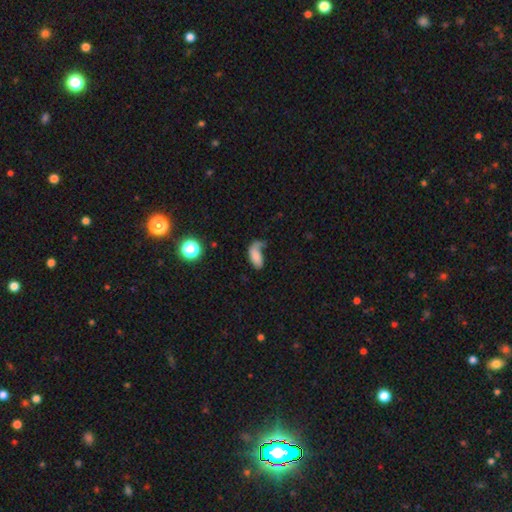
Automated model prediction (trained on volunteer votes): Smooth or featured: smooth — 70% (featured or disk — 19%)
How rounded: in between — 87% (cigar-shaped — 7%)
Merging: none — 31% (major disturbance — 30%)